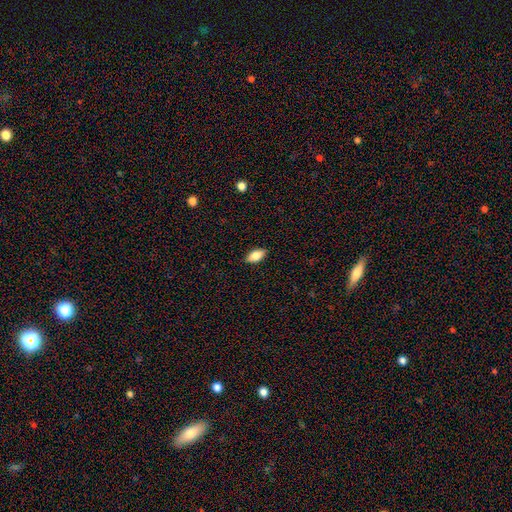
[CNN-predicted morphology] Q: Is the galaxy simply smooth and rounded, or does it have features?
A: smooth — 81%.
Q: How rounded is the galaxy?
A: in between — 90%.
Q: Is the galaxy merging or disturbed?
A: none — 88%.